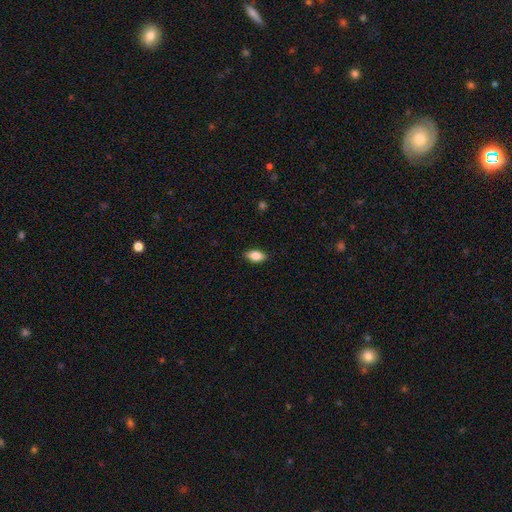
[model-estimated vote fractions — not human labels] smooth 83%, featured or disk 10%, star or artifact 7%. Down the decision tree: how rounded — in between (89%); merging — none (87%).